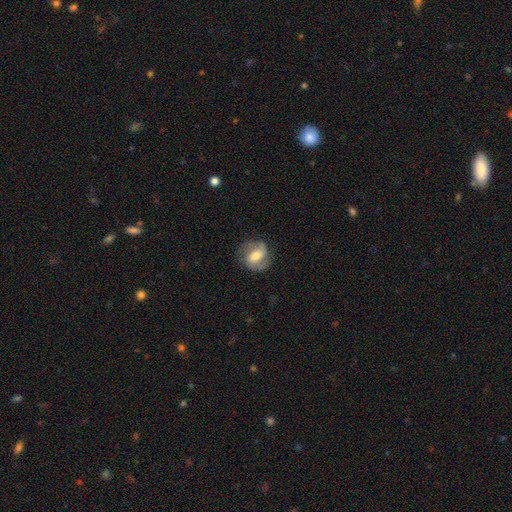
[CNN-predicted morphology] Smooth or featured? Predicted: featured or disk (p=0.72). Edge-on disk? Predicted: no (p=0.97). Bar? Predicted: weak (p=0.43). Spiral arms? Predicted: yes (p=0.91). Spiral winding? Predicted: medium (p=0.50). Spiral arm count? Predicted: 2 (p=0.87). Bulge size? Predicted: moderate (p=0.54). Merging? Predicted: none (p=0.76).